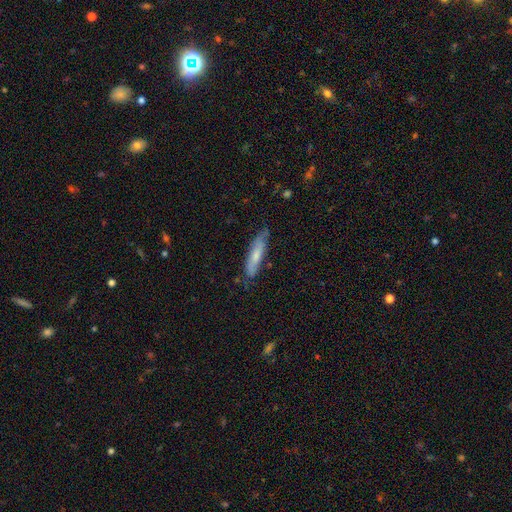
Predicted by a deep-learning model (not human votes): Morphology: type=smooth (61%); roundness=cigar-shaped (77%); merging=none (74%).